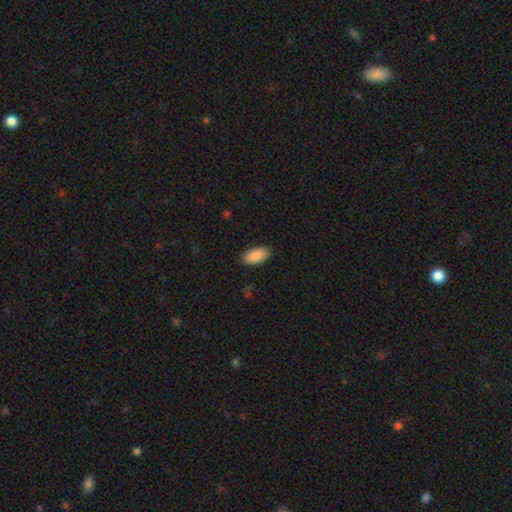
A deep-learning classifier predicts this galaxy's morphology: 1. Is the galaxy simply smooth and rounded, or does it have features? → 90% smooth, 6% star or artifact, 4% featured or disk.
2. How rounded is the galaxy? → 95% in between, 3% cigar-shaped, 2% round.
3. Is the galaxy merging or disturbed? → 87% none, 10% minor disturbance, 2% major disturbance, 1% merger.